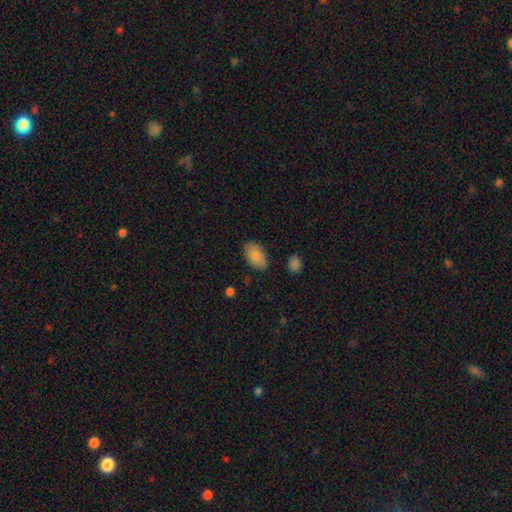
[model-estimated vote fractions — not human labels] Smooth or featured? Predicted: smooth (p=0.85). How rounded? Predicted: in between (p=0.93). Merging? Predicted: none (p=0.80).